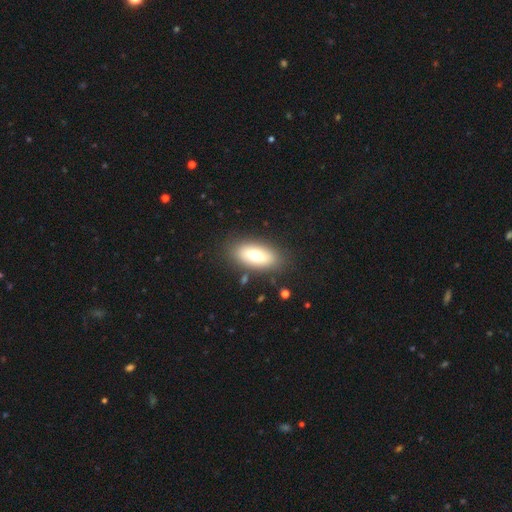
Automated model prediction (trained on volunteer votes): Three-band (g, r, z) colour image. It shows a smooth galaxy with no disk features (66%) that is in between round and cigar-shaped (86%). Merging: none (84%).